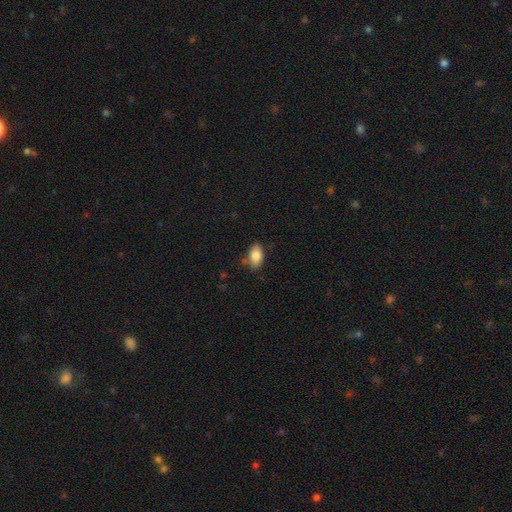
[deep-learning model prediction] Smooth or featured? Predicted: smooth (p=0.84). How rounded? Predicted: in between (p=0.90). Merging? Predicted: none (p=0.78).